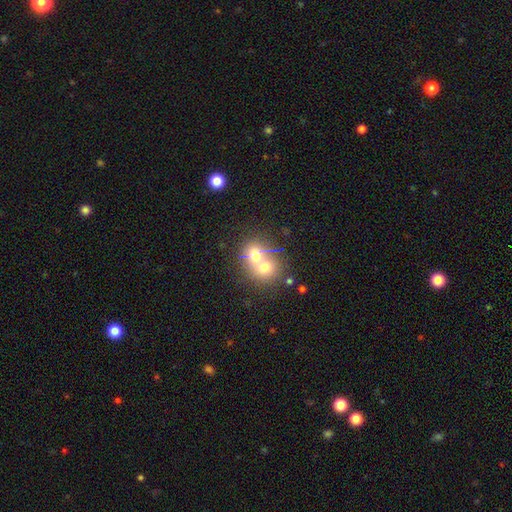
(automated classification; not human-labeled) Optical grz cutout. It shows a smooth galaxy with no disk features (66%) that is round (69%). Merging: merger (68%).